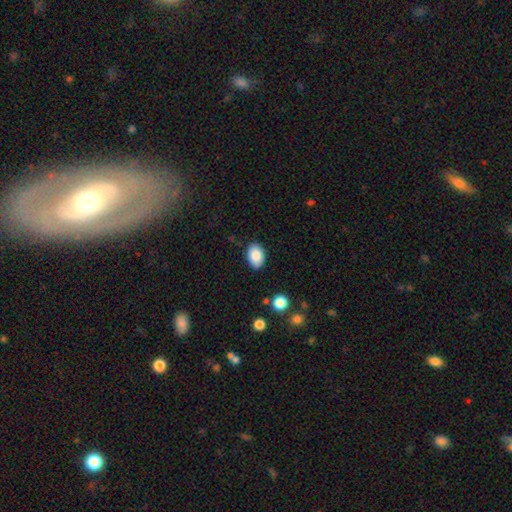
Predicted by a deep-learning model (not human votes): The model was most divided on "how rounded": in between: 85%, round: 14%, cigar-shaped: 1%. More confident: smooth or featured — smooth (88%); merging — none (86%).